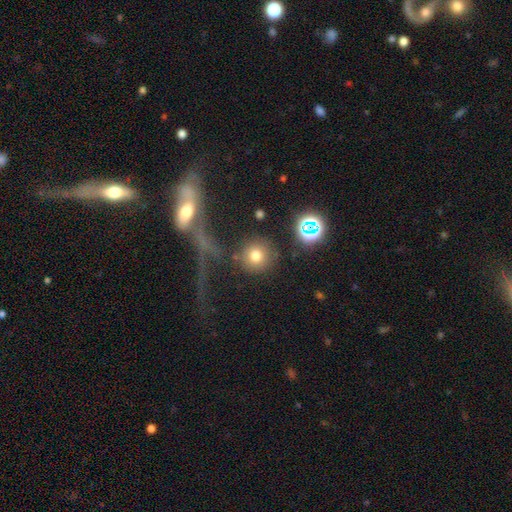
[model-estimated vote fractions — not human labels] Smooth or featured: smooth — 72% (star or artifact — 17%)
How rounded: round — 93% (in between — 6%)
Merging: none — 79% (minor disturbance — 9%)